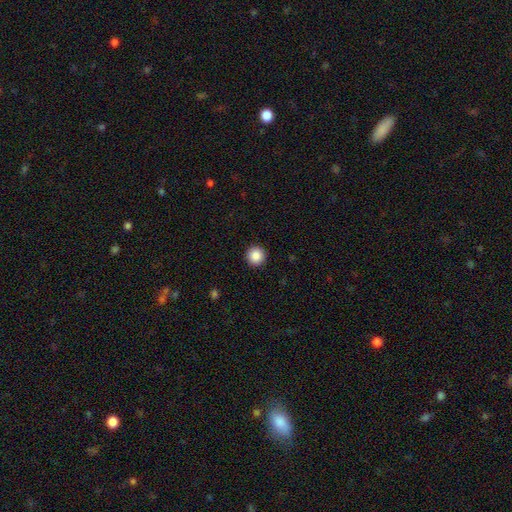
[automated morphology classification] Q: Smooth or featured?
A: smooth (87%); runner-up: star or artifact (9%)
Q: How rounded?
A: round (96%); runner-up: in between (3%)
Q: Merging?
A: none (93%); runner-up: minor disturbance (5%)